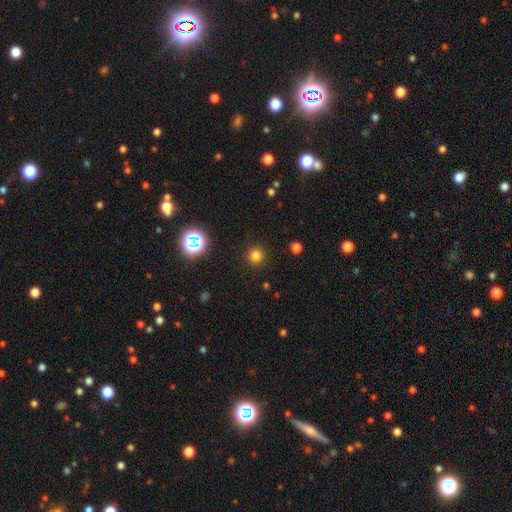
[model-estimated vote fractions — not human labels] A smooth galaxy with no disk features (77%) that is round (94%).

Vote fractions:
- Smooth or featured? smooth: 77% / star or artifact: 19% / featured or disk: 5%
- How rounded? round: 94% / in between: 5% / cigar-shaped: 1%
- Merging? none: 90% / minor disturbance: 6% / major disturbance: 3% / merger: 1%